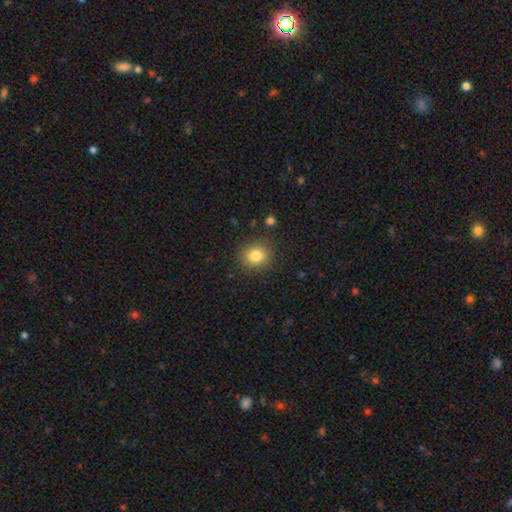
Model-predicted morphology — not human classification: This is clearly a smooth galaxy (81%). How rounded: likely round (77%). Merging: clearly none (87%).